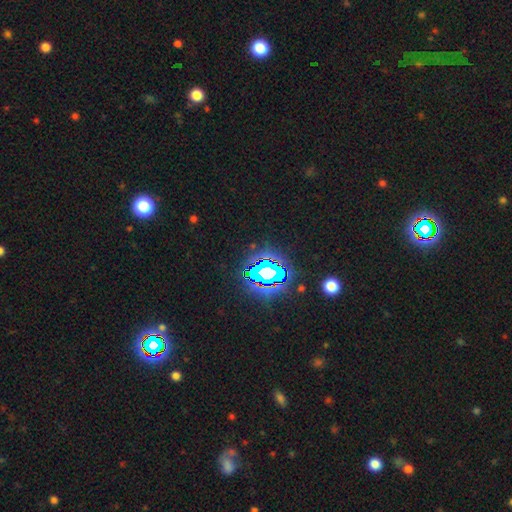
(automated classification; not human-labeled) The model was most divided on "smooth or featured": star or artifact: 83%, smooth: 10%, featured or disk: 7%.